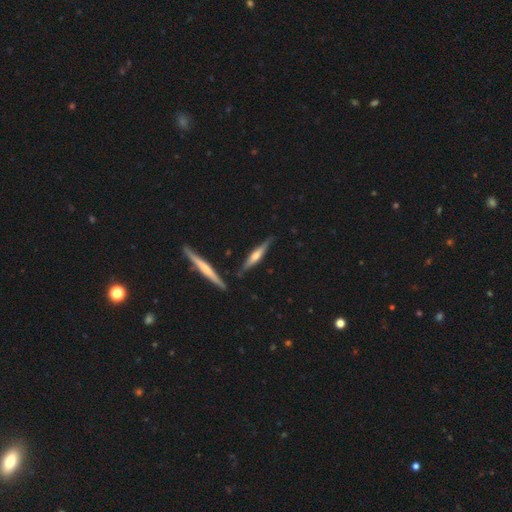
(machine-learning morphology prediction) A featured or disk galaxy (59%) viewed edge-on (96%) with a rounded central bulge (68%). Merging: none (82%).